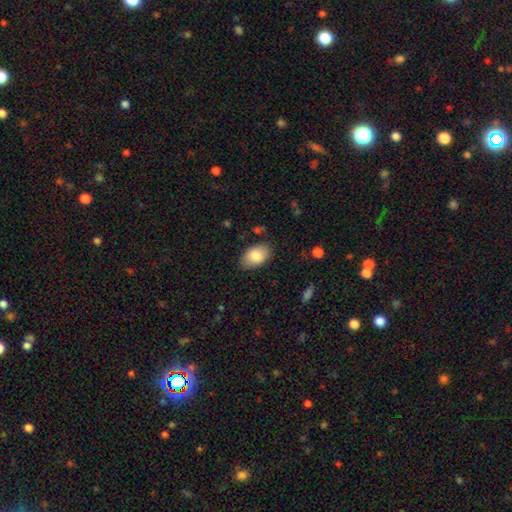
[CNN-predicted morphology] Overall: smooth (83%). How rounded: in between (89%). Merging: none (84%).